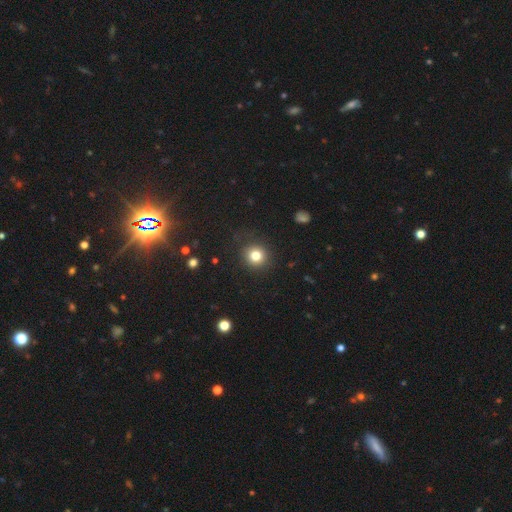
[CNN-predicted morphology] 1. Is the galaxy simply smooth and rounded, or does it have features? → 80% smooth, 12% star or artifact, 7% featured or disk.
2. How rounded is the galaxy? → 90% round, 9% in between, 1% cigar-shaped.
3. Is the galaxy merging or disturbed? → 88% none, 8% minor disturbance, 3% major disturbance, 1% merger.